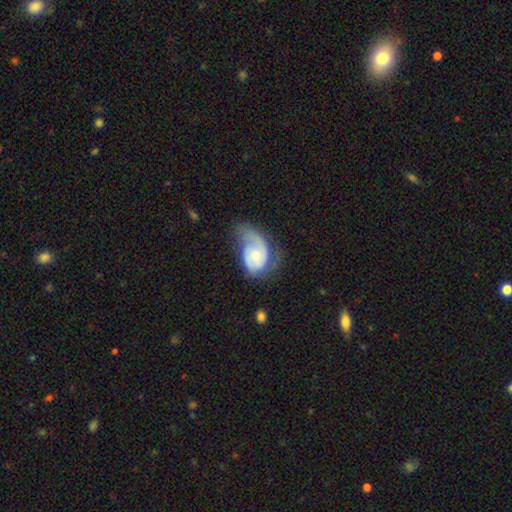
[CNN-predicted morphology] Overall: featured or disk (70%). Edge-on disk: no (97%). Bar: no (73%). Spiral arms: yes (87%). Spiral arm count: 2 (47%; 1 33%). Spiral winding: medium (40%; tight 35%). Bulge size: small (45%, tied with moderate). Merging: none (36%; major disturbance 33%).